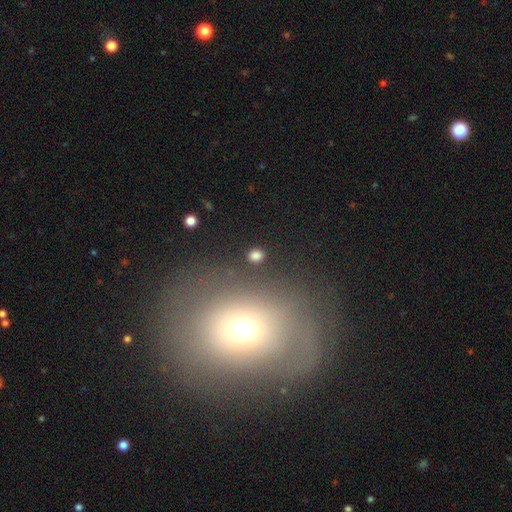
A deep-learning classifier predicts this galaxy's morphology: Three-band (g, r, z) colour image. It shows a smooth galaxy with no disk features (79%) that is round (58%). Merging: none (88%).